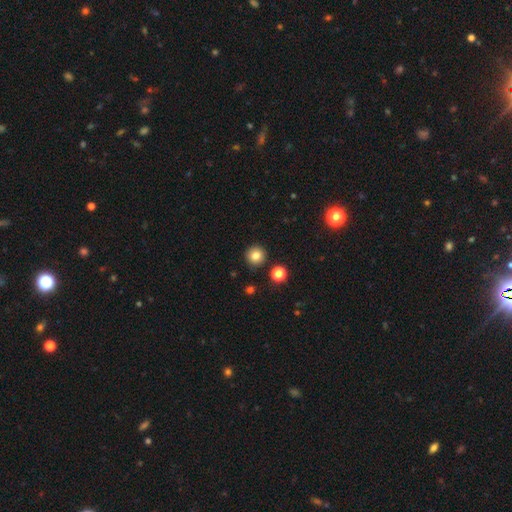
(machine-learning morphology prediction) Smooth or featured: smooth — 82% (star or artifact — 12%)
How rounded: round — 94% (in between — 5%)
Merging: none — 91% (minor disturbance — 5%)